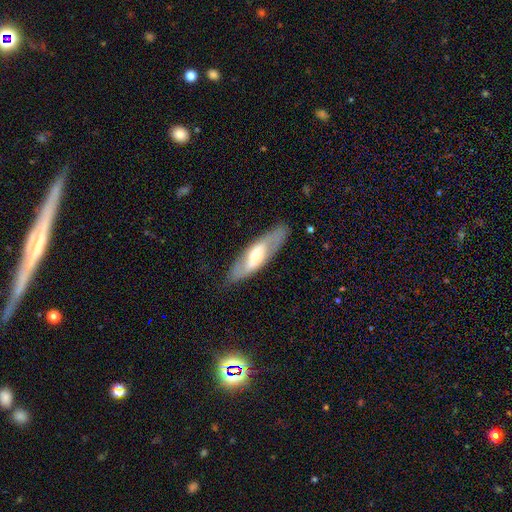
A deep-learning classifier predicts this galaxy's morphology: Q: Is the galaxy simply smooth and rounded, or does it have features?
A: featured or disk — 62%.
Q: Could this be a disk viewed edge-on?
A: no — 71%.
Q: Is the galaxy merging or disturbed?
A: none — 83%.